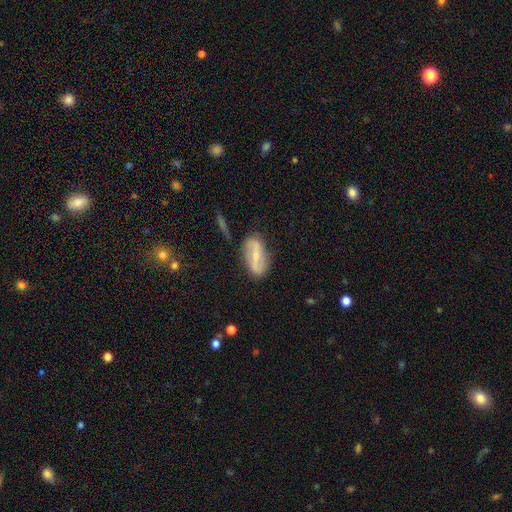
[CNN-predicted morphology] Q: Smooth or featured?
A: featured or disk (68%); runner-up: smooth (25%)
Q: Edge-on disk?
A: no (92%); runner-up: yes (8%)
Q: Bar?
A: strong (53%); runner-up: weak (31%)
Q: Spiral arms?
A: yes (79%); runner-up: no (21%)
Q: Bulge size?
A: small (62%); runner-up: moderate (29%)
Q: Merging?
A: none (82%); runner-up: minor disturbance (13%)